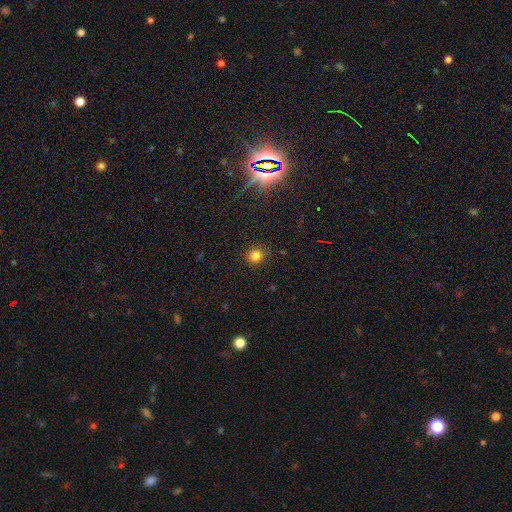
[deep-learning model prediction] smooth-or-featured: smooth: 80% | star or artifact: 15% | featured or disk: 5%
  how-rounded: round: 90% | in between: 9% | cigar-shaped: 1%
  merging: none: 88% | minor disturbance: 8% | major disturbance: 3% | merger: 1%